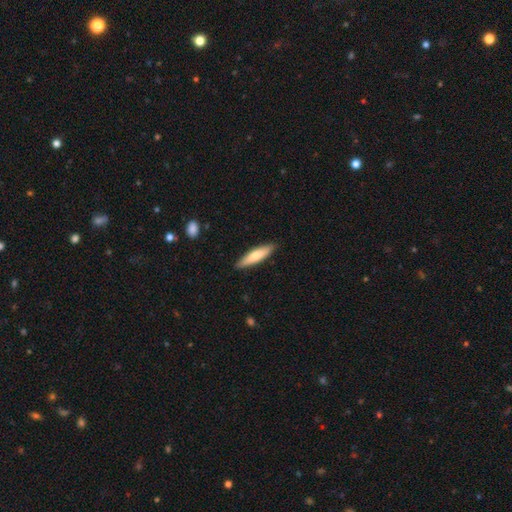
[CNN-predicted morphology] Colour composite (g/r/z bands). It shows a smooth galaxy with no disk features (70%) that is cigar-shaped (76%). Merging: none (88%).